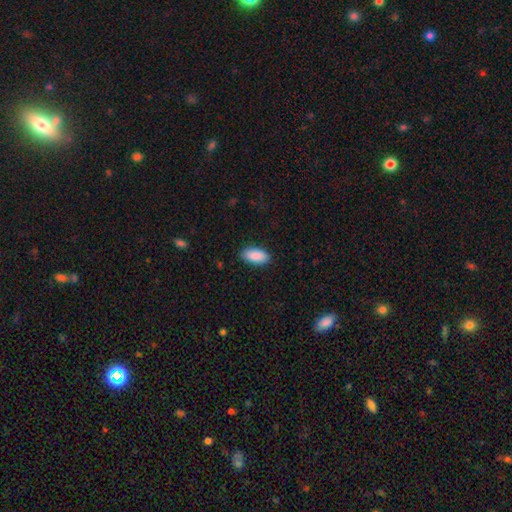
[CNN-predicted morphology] Smooth or featured?
  - smooth: 90% *
  - star or artifact: 6%
  - featured or disk: 4%
How rounded?
  - in between: 94% *
  - cigar-shaped: 4%
  - round: 2%
Merging?
  - none: 88% *
  - minor disturbance: 9%
  - major disturbance: 2%
  - merger: 1%